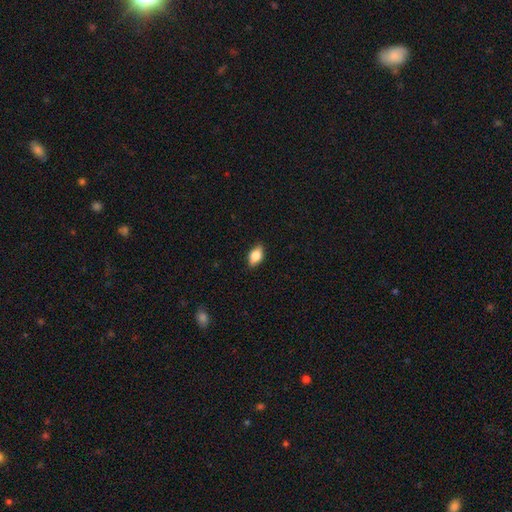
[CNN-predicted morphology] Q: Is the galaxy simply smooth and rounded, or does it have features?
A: smooth — 76%.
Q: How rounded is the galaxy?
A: in between — 86%.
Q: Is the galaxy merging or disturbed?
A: none — 85%.